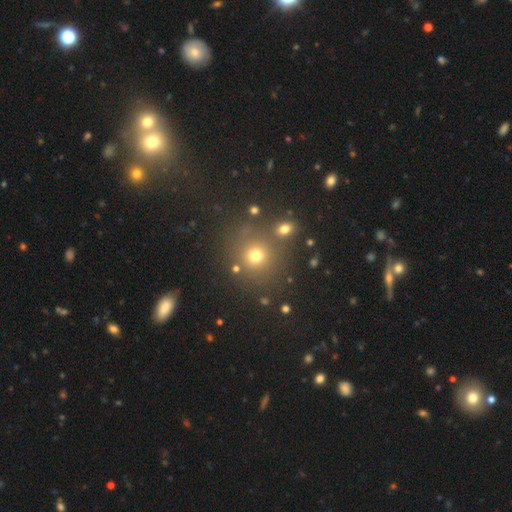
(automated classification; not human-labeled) Q: Smooth or featured?
A: smooth (71%); runner-up: star or artifact (20%)
Q: How rounded?
A: round (87%); runner-up: in between (12%)
Q: Merging?
A: none (71%); runner-up: merger (14%)